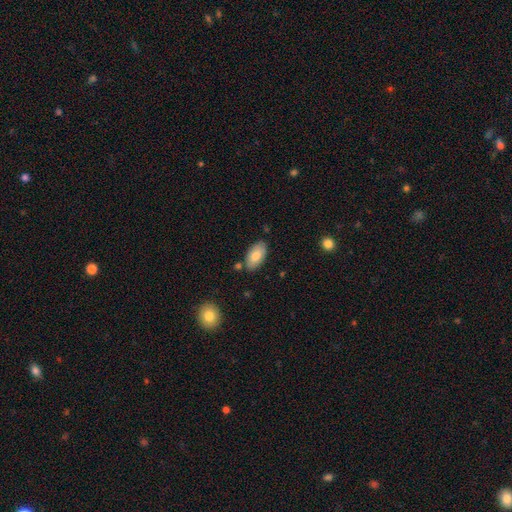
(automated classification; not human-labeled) This is likely a smooth galaxy (79%). How rounded: clearly in between (95%). Merging: clearly none (81%).